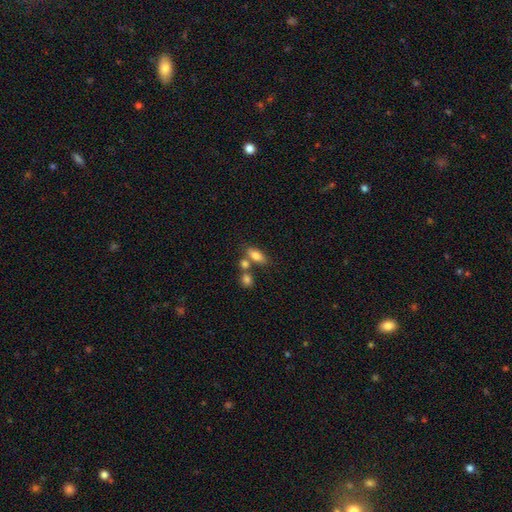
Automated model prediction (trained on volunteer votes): A smooth galaxy with no disk features (78%) that is in between round and cigar-shaped (79%). Merging: none (56%).